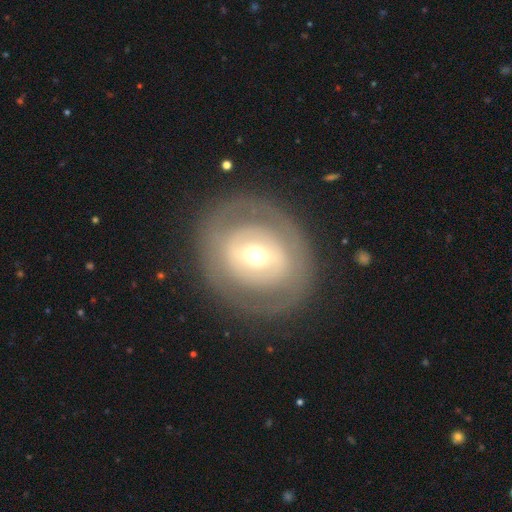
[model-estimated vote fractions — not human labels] A featured or disk galaxy (63%) with a weak bar (36%), no spiral arms (72%) and a moderate central bulge (57%).

Vote fractions:
- Smooth or featured? featured or disk: 63% / smooth: 30% / star or artifact: 6%
- Edge-on disk? no: 94% / yes: 6%
- Bar? weak: 36% / strong: 32% / no: 32%
- Spiral arms? no: 72% / yes: 28%
- Bulge size? moderate: 57% / small: 32% / large: 8% / dominant: 1% / none: 1%
- Merging? none: 82% / minor disturbance: 10% / major disturbance: 6% / merger: 1%